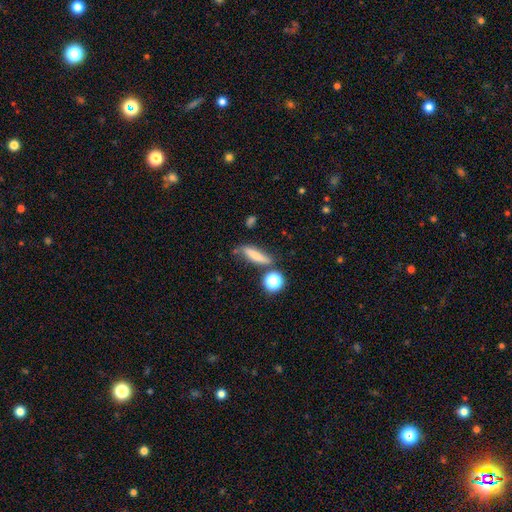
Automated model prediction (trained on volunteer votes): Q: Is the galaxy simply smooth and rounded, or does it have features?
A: smooth — 69%.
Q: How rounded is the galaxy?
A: cigar-shaped — 65%.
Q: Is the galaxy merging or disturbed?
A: none — 61%.